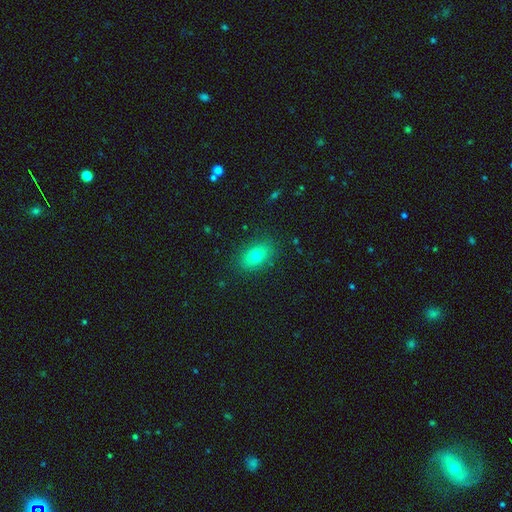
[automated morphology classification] The model was most divided on "smooth or featured": smooth: 75%, featured or disk: 14%, star or artifact: 11%. More confident: merging — none (85%); how rounded — in between (83%).